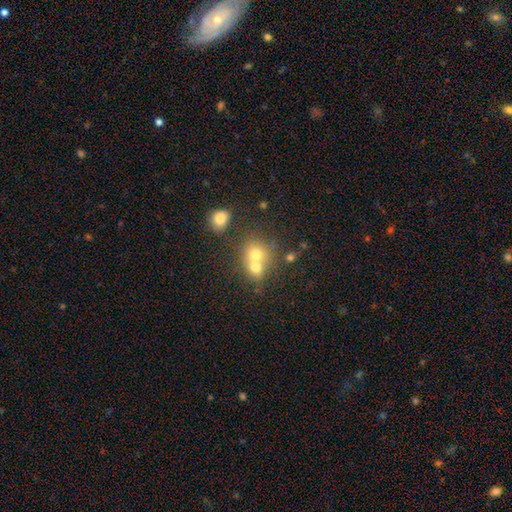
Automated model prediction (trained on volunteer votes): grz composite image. It shows a smooth galaxy with no disk features (66%) that is round (71%). Merging: merger (62%).